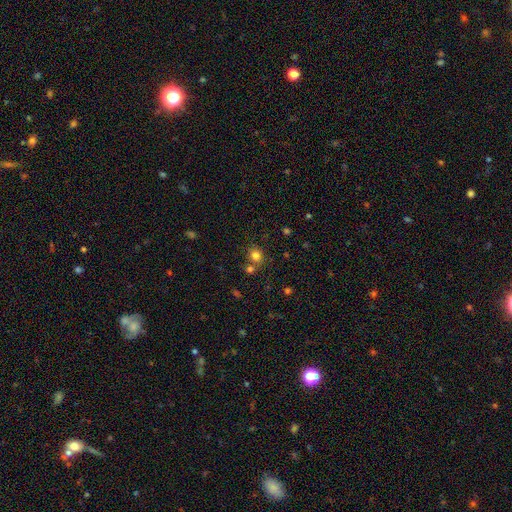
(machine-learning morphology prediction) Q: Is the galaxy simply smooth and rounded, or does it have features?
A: smooth — 80%.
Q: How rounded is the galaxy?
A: round — 71%.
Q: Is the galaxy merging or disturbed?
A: none — 67%.